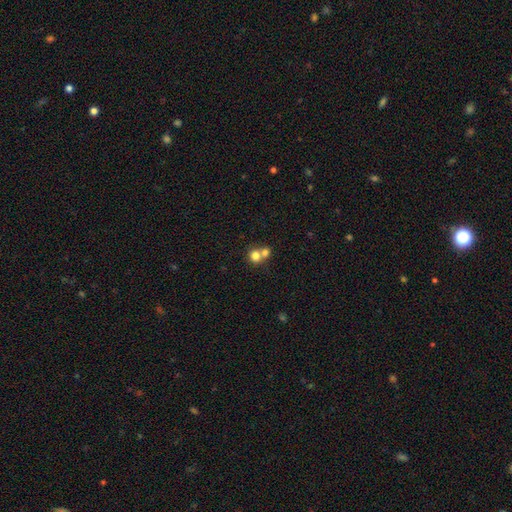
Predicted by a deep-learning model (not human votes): A smooth galaxy with no disk features (77%) that is round (84%). Merging: merger (53%).